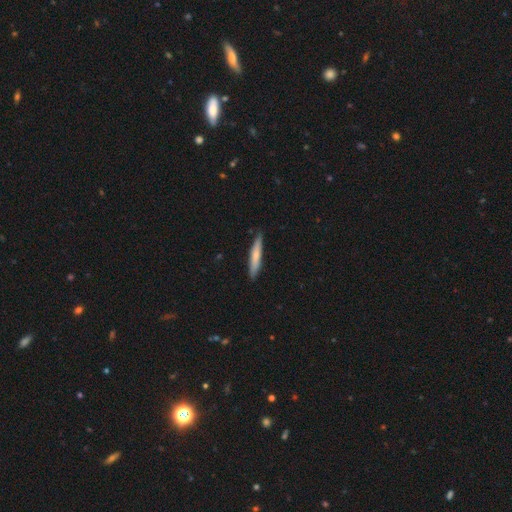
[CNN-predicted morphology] smooth-or-featured: smooth: 68% | featured or disk: 27% | star or artifact: 5%
  how-rounded: cigar-shaped: 93% | in between: 6% | round: 1%
  merging: none: 88% | minor disturbance: 10% | major disturbance: 1% | merger: 1%